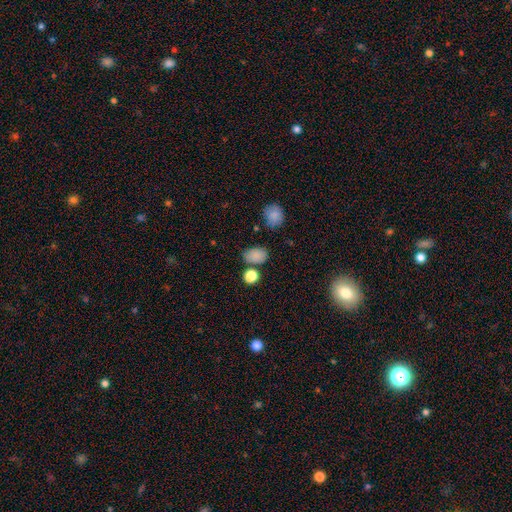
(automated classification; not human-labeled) smooth 81%, star or artifact 13%, featured or disk 6%. Down the decision tree: how rounded — in between (74%); merging — none (66%).